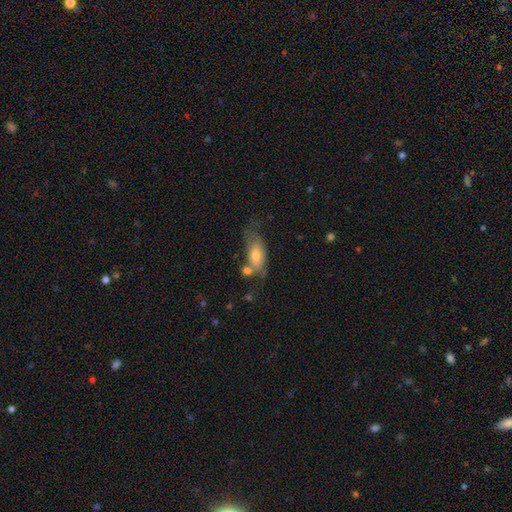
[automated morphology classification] Smooth or featured? smooth (59%)
How rounded? in between (82%)
Merging? none (35%)